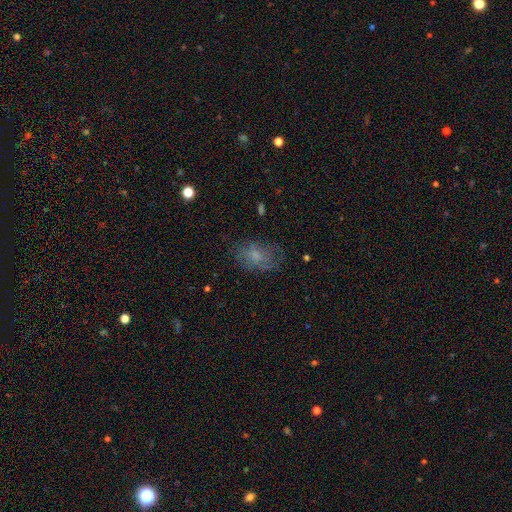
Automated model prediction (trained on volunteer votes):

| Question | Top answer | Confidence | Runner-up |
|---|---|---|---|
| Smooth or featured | smooth | 57% | featured or disk (31%) |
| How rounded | in between | 82% | round (16%) |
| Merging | none | 62% | minor disturbance (23%) |